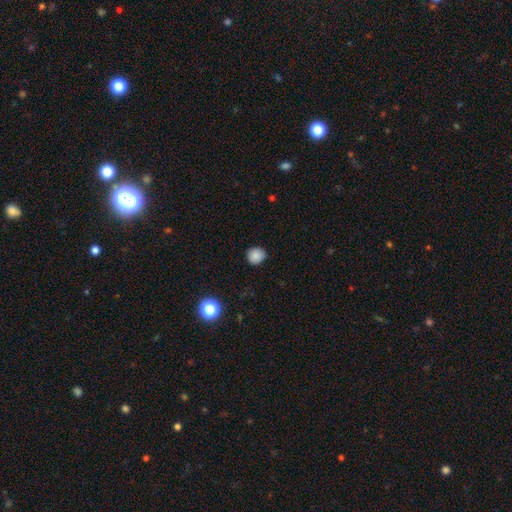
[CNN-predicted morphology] Q: Smooth or featured?
A: smooth (86%); runner-up: star or artifact (11%)
Q: How rounded?
A: round (88%); runner-up: in between (11%)
Q: Merging?
A: none (86%); runner-up: minor disturbance (11%)